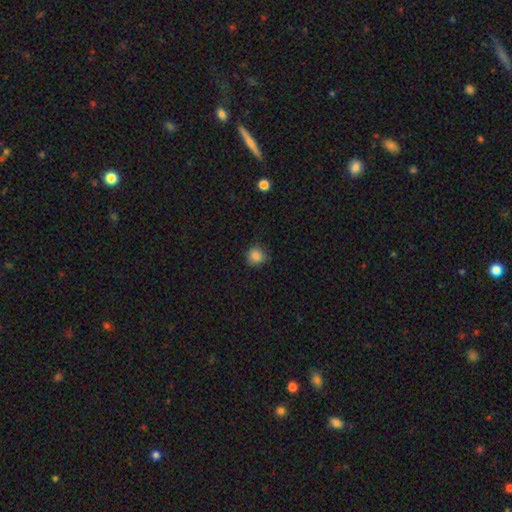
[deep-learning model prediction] Overall: smooth (85%). How rounded: round (87%). Merging: none (81%).